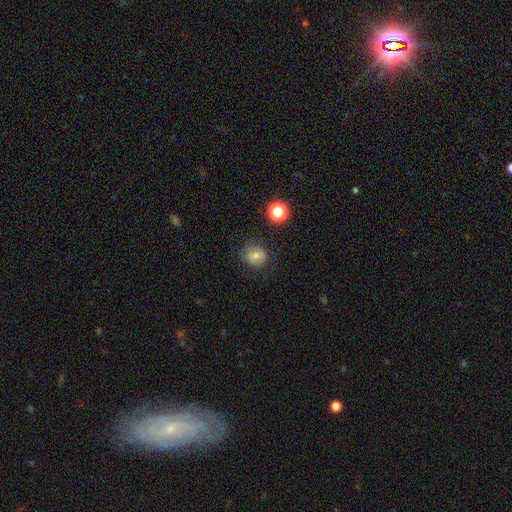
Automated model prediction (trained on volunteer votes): Overall: smooth (76%). How rounded: round (81%). Merging: none (79%).